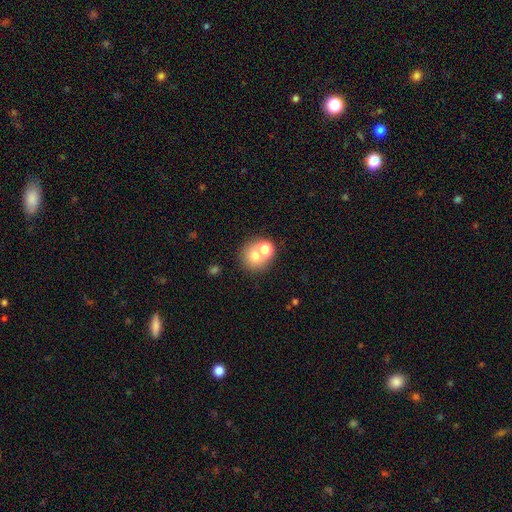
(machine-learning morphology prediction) Smooth or featured? Predicted: smooth (p=0.69). How rounded? Predicted: round (p=0.85). Merging? Predicted: none (p=0.47).